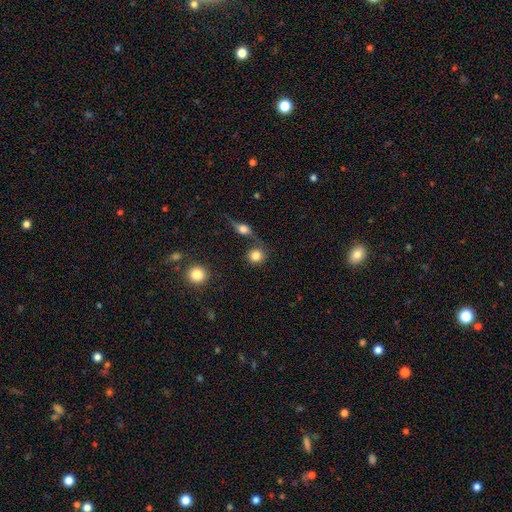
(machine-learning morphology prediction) Overall: smooth (82%). How rounded: round (89%). Merging: none (65%).